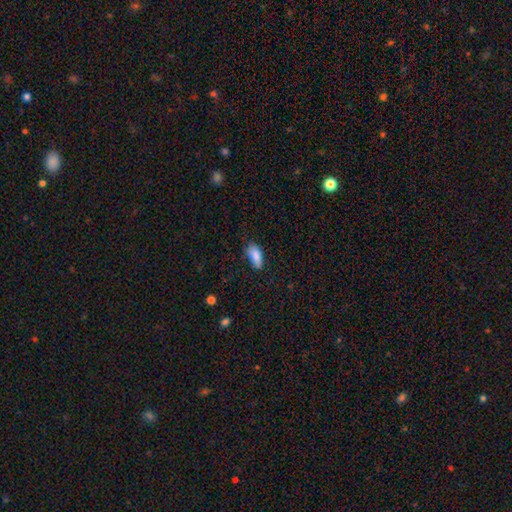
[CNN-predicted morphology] The model was most divided on "merging": none: 64%, minor disturbance: 28%, major disturbance: 6%, merger: 2%. More confident: how rounded — in between (87%); smooth or featured — smooth (86%).